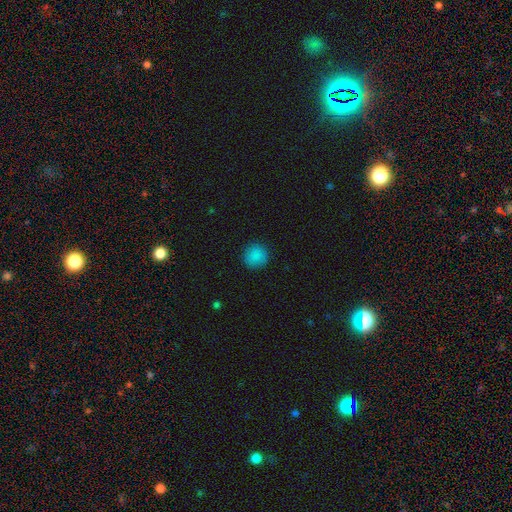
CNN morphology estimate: Q: Smooth or featured?
A: smooth (86%); runner-up: star or artifact (10%)
Q: How rounded?
A: round (93%); runner-up: in between (6%)
Q: Merging?
A: none (90%); runner-up: minor disturbance (7%)